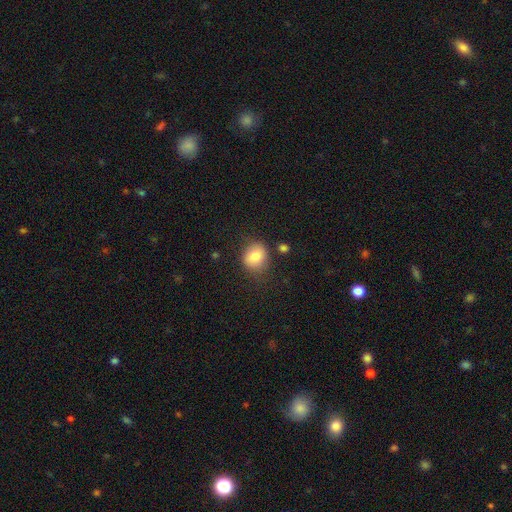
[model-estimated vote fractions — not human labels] This appears to be a smooth galaxy with no disk features (80%) that is round (71%). Merging: none (78%).